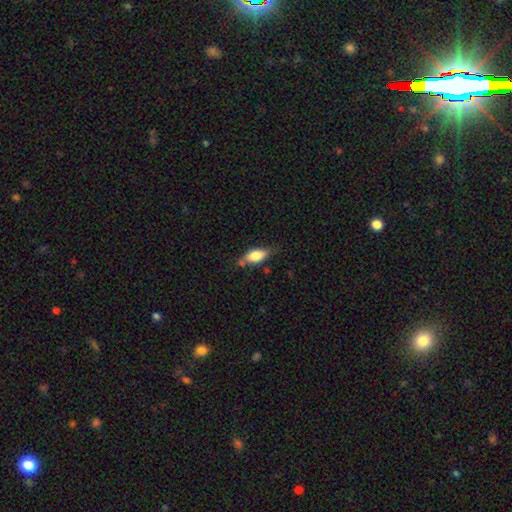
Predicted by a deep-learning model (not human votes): smooth 77%, featured or disk 16%, star or artifact 7%. Down the decision tree: how rounded — in between (86%); merging — none (60%).